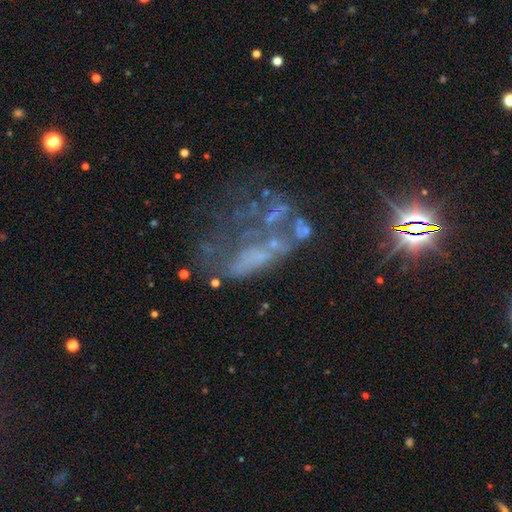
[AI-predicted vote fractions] Q: Smooth or featured?
A: featured or disk (53%); runner-up: star or artifact (32%)
Q: Edge-on disk?
A: no (95%); runner-up: yes (5%)
Q: Merging?
A: major disturbance (40%); runner-up: none (26%)